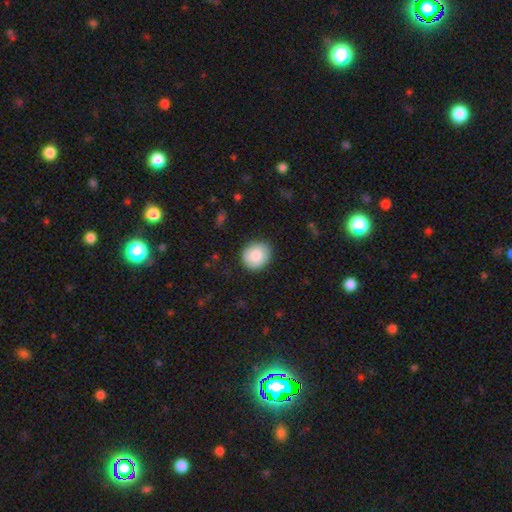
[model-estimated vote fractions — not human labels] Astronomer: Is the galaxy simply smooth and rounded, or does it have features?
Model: smooth — 86%.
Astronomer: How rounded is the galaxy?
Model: round — 75%.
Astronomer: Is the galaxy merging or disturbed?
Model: none — 85%.